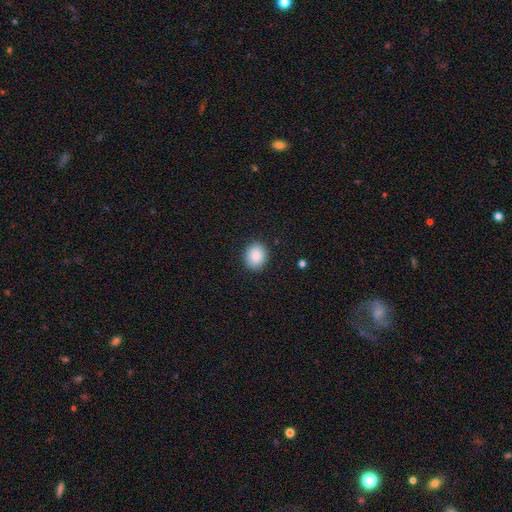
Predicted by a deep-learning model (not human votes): smooth-or-featured: smooth: 90% | star or artifact: 7% | featured or disk: 3%
  how-rounded: round: 66% | in between: 34% | cigar-shaped: 1%
  merging: none: 90% | minor disturbance: 7% | major disturbance: 2% | merger: 1%